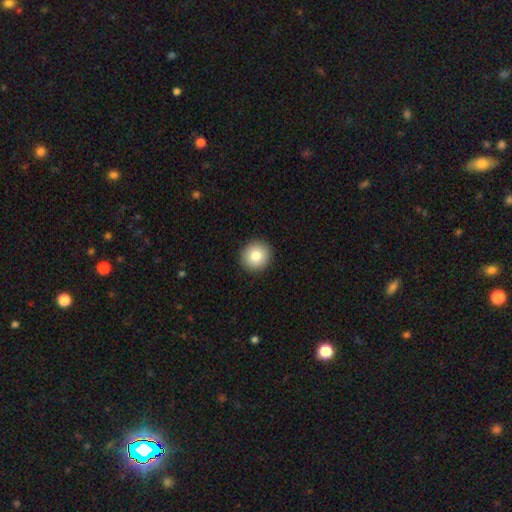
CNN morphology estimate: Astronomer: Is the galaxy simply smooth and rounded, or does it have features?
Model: smooth — 82%.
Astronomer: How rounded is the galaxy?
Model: round — 92%.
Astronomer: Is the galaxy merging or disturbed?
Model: none — 93%.